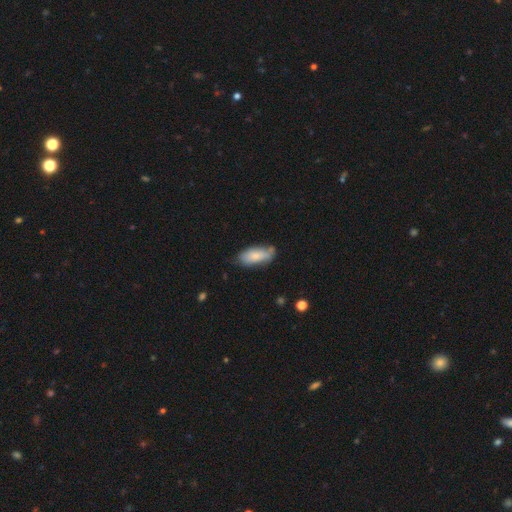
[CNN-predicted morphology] Smooth or featured? smooth (74%)
How rounded? in between (85%)
Merging? none (56%)